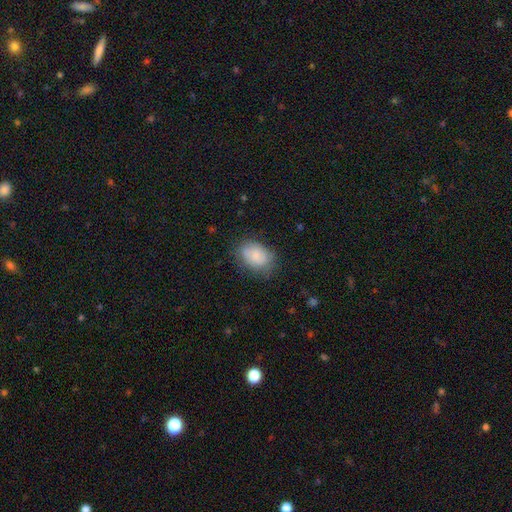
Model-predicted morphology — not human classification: Smooth or featured?
  - smooth: 77% *
  - featured or disk: 16%
  - star or artifact: 8%
How rounded?
  - in between: 74% *
  - round: 25%
  - cigar-shaped: 1%
Merging?
  - none: 66% *
  - minor disturbance: 24%
  - major disturbance: 8%
  - merger: 2%